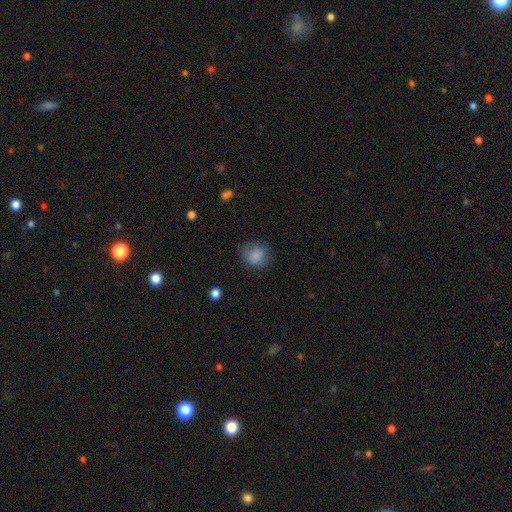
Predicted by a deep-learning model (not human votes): A smooth galaxy with no disk features (84%) that is round (75%). Merging: none (74%).